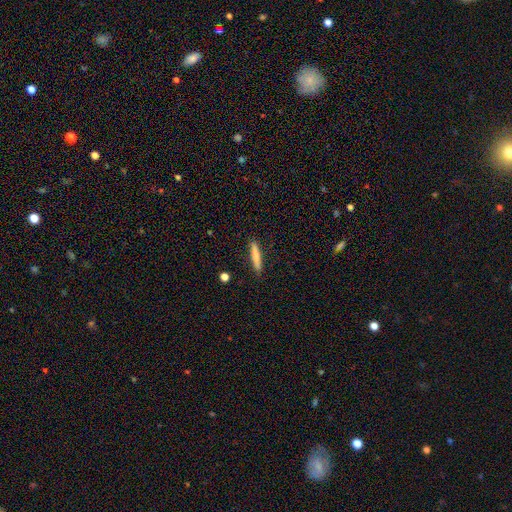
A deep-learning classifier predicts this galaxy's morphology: type=smooth (72%); roundness=cigar-shaped (92%); merging=none (88%).